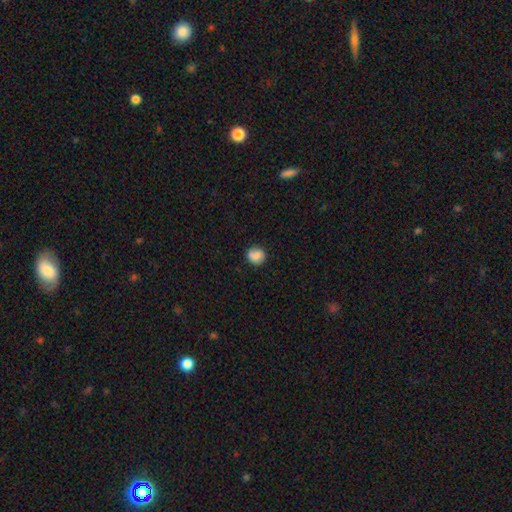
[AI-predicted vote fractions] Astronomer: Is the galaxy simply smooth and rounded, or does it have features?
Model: smooth — 75%.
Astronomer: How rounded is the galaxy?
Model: round — 83%.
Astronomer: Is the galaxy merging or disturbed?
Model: none — 71%.